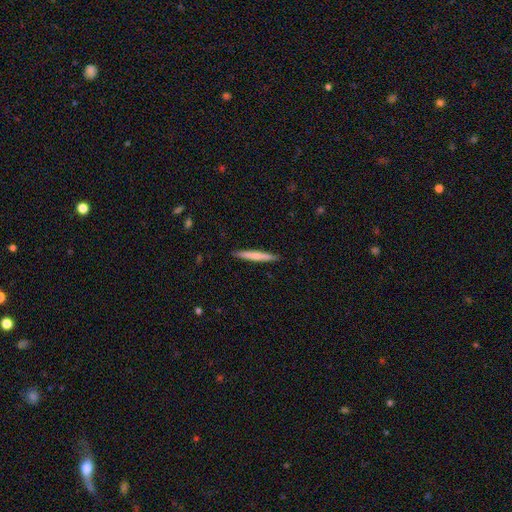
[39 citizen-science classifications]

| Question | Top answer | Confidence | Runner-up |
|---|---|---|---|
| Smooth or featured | smooth | 82% | featured or disk (15%) |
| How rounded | cigar-shaped | 97% | round (3%) |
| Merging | none | 92% | minor disturbance (8%) |